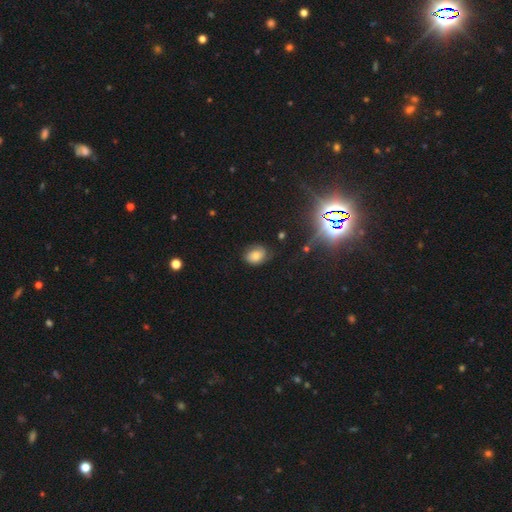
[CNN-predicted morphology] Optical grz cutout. It shows a smooth galaxy with no disk features (66%) that is in between round and cigar-shaped (65%). Merging: none (67%).